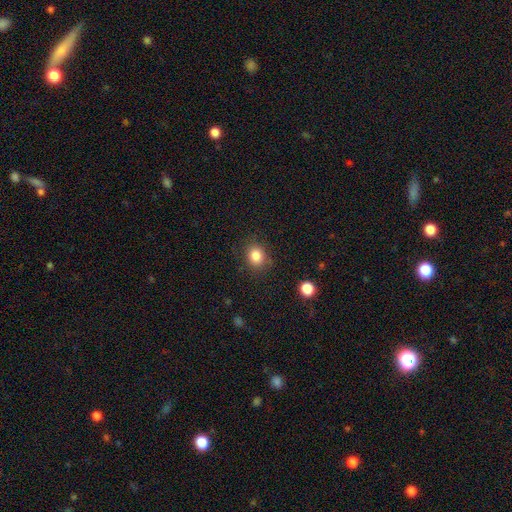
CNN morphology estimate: A smooth galaxy with no disk features (84%) that is round (70%).

Vote fractions:
- Smooth or featured? smooth: 84% / star or artifact: 11% / featured or disk: 5%
- How rounded? round: 70% / in between: 29% / cigar-shaped: 1%
- Merging? none: 83% / minor disturbance: 11% / major disturbance: 4% / merger: 2%